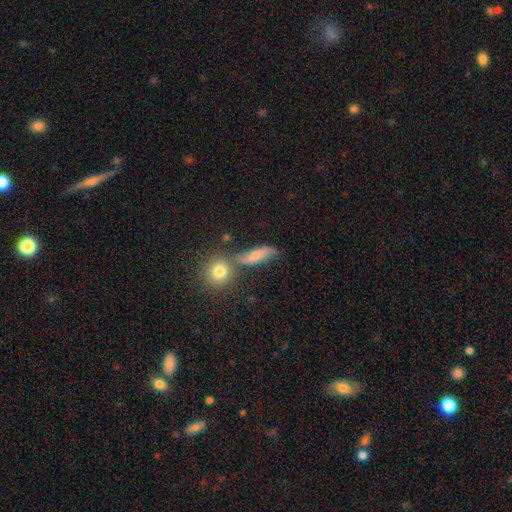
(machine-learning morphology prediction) The model was most divided on "how rounded": in between: 47%, cigar-shaped: 39%, round: 13%. More confident: smooth or featured — smooth (67%); merging — none (54%).